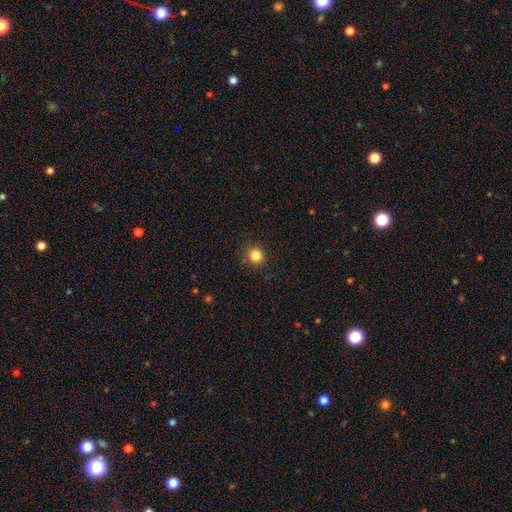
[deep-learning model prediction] The model was most divided on "smooth or featured": smooth: 83%, star or artifact: 12%, featured or disk: 4%. More confident: how rounded — round (93%); merging — none (90%).